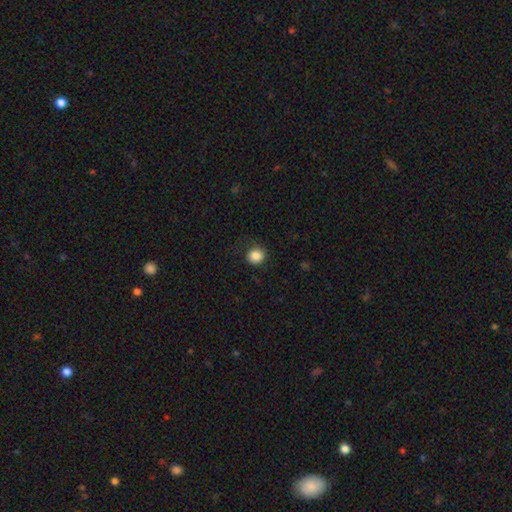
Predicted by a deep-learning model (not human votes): Q: Smooth or featured?
A: smooth (87%); runner-up: star or artifact (10%)
Q: How rounded?
A: round (87%); runner-up: in between (12%)
Q: Merging?
A: none (83%); runner-up: minor disturbance (12%)